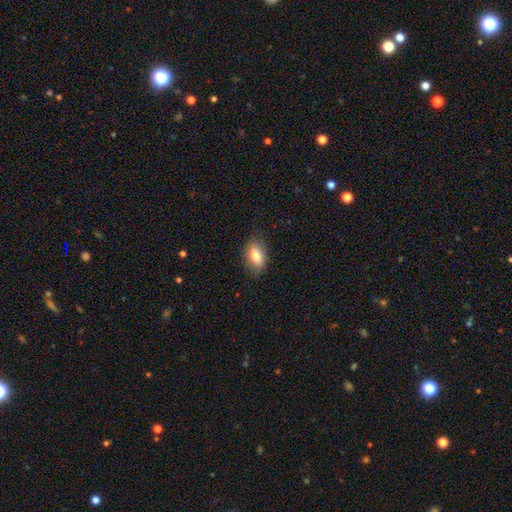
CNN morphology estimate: Q: Smooth or featured?
A: smooth (74%); runner-up: featured or disk (18%)
Q: How rounded?
A: in between (86%); runner-up: round (9%)
Q: Merging?
A: none (82%); runner-up: minor disturbance (14%)